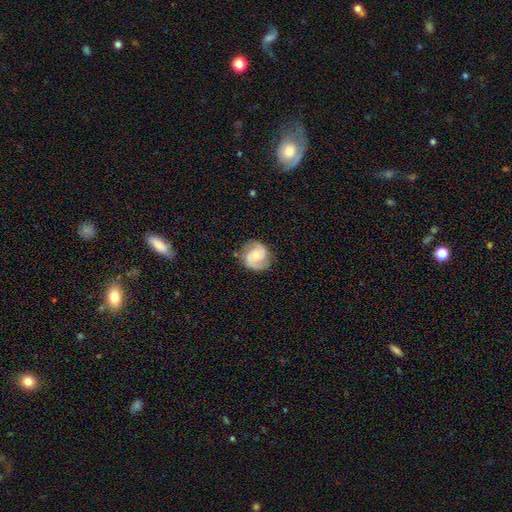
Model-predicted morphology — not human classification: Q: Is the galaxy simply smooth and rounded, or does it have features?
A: featured or disk — 82%.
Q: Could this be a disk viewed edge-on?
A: no — 98%.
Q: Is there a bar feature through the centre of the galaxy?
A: no — 60%.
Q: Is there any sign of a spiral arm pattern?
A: yes — 97%.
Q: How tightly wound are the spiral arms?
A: medium — 49%.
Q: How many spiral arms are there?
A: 2 — 90%.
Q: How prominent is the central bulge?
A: small — 47%, tied with moderate.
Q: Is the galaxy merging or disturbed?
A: none — 81%.